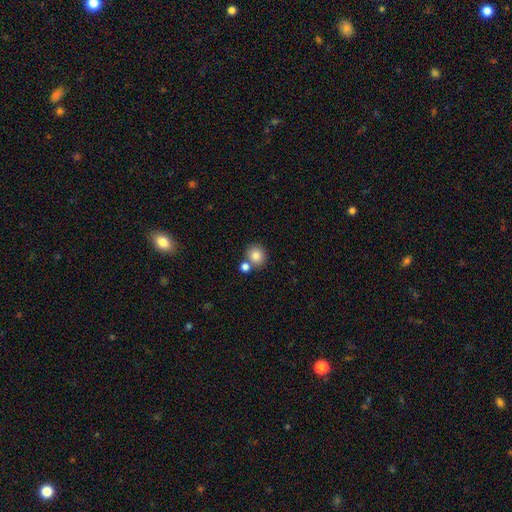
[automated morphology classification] This appears to be a smooth galaxy with no disk features (83%) that is round (84%). Merging: none (65%).